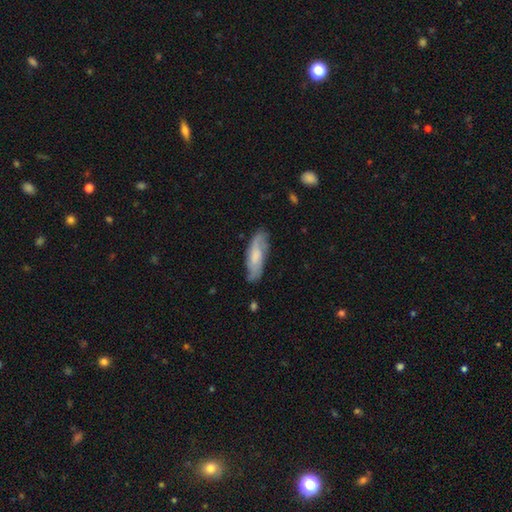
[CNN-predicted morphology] smooth_or_featured: smooth (p=0.48) [alt: featured or disk p=0.45]
merging: none (p=0.76) [alt: minor disturbance p=0.19]